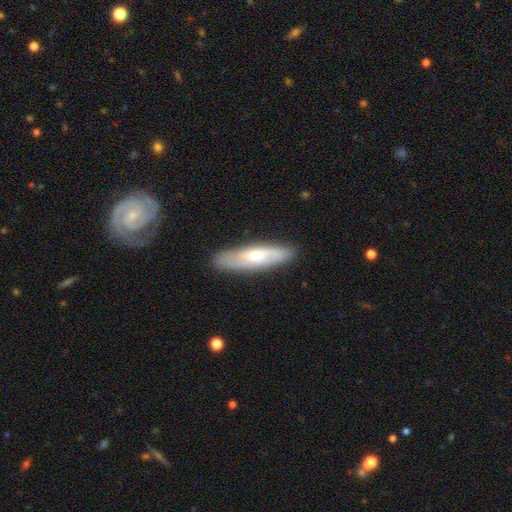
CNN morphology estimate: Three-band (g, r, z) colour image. It shows a featured or disk galaxy (50%) viewed edge-on (53%). Merging: none (82%).